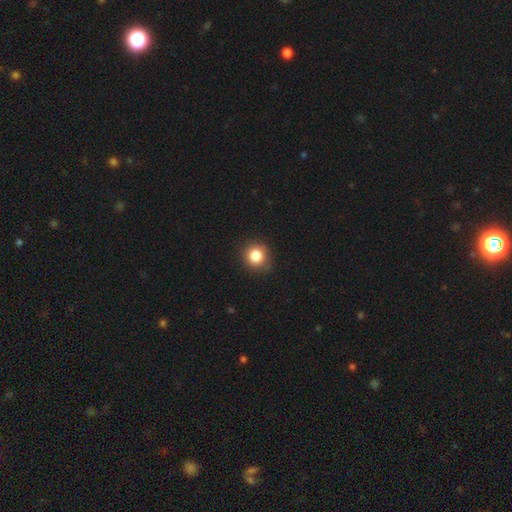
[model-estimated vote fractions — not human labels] Q: Smooth or featured?
A: smooth (84%); runner-up: star or artifact (11%)
Q: How rounded?
A: round (89%); runner-up: in between (10%)
Q: Merging?
A: none (86%); runner-up: minor disturbance (11%)